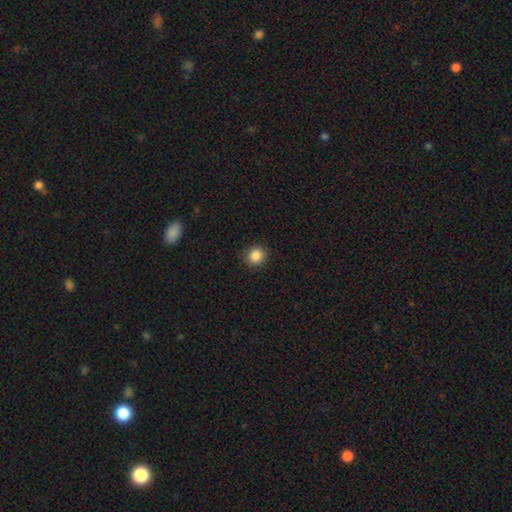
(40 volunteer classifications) smooth_or_featured: smooth (p=0.90) [alt: star or artifact p=0.10]
how_rounded: round (p=0.89) [alt: in between p=0.11]
merging: none (p=0.81) [alt: minor disturbance p=0.14]